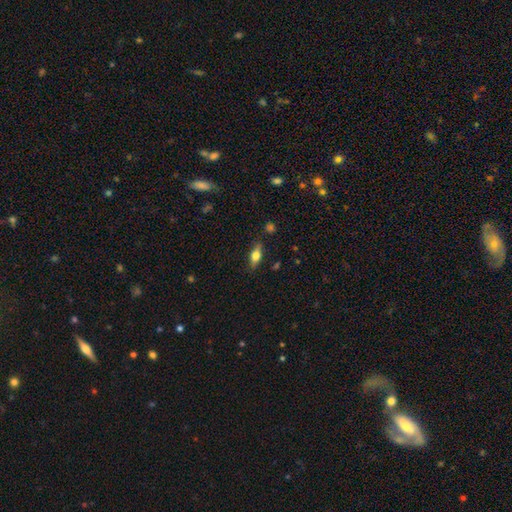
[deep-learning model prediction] Smooth or featured? Predicted: smooth (p=0.61). How rounded? Predicted: in between (p=0.72). Merging? Predicted: none (p=0.82).